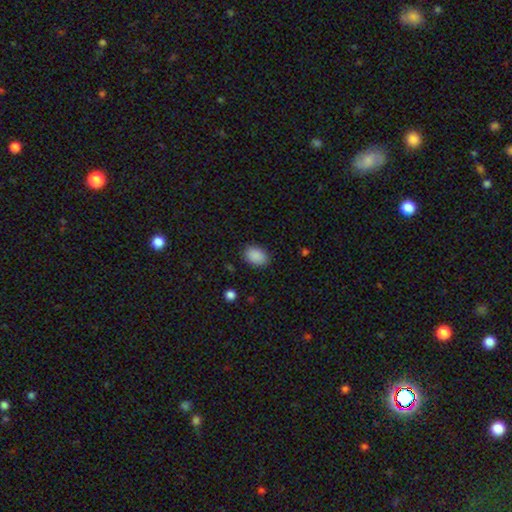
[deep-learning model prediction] Morphology: type=smooth (90%); roundness=in between (83%); merging=none (86%).